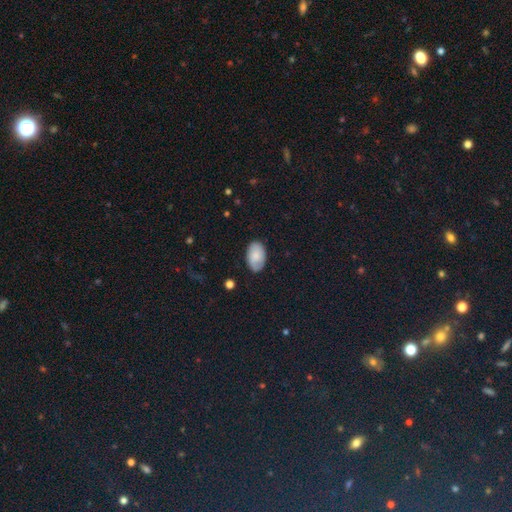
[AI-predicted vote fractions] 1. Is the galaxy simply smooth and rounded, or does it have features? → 76% smooth, 16% featured or disk, 8% star or artifact.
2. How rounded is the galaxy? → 93% in between, 6% round, 1% cigar-shaped.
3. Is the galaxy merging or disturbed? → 81% none, 15% minor disturbance, 3% major disturbance, 1% merger.